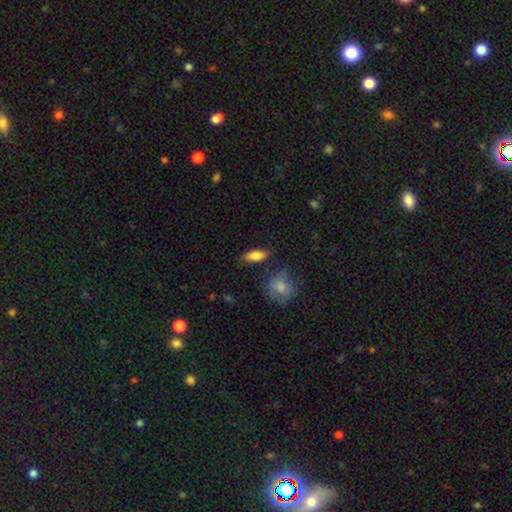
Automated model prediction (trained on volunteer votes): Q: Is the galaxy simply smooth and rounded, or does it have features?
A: smooth — 82%.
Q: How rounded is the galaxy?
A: in between — 78%.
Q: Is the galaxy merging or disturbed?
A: none — 81%.